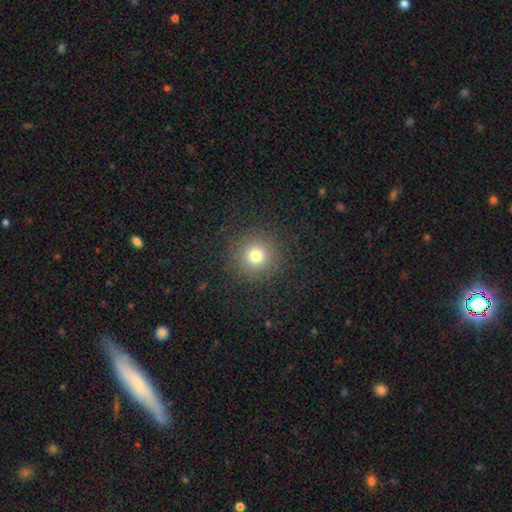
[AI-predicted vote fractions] Smooth or featured: smooth — 75% (star or artifact — 17%)
How rounded: round — 95% (in between — 4%)
Merging: none — 89% (minor disturbance — 7%)